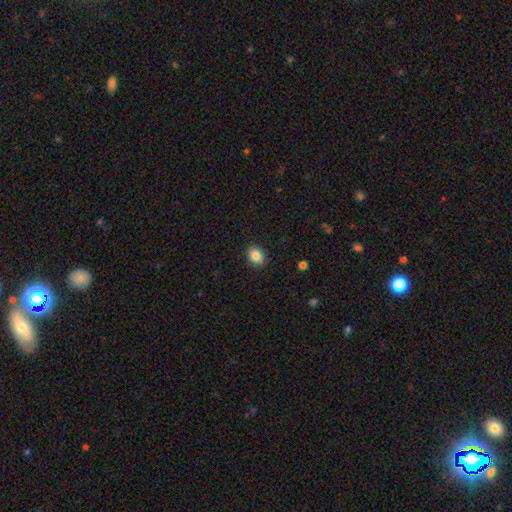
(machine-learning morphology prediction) smooth 87%, star or artifact 8%, featured or disk 5%. Down the decision tree: how rounded — in between (70%); merging — none (90%).